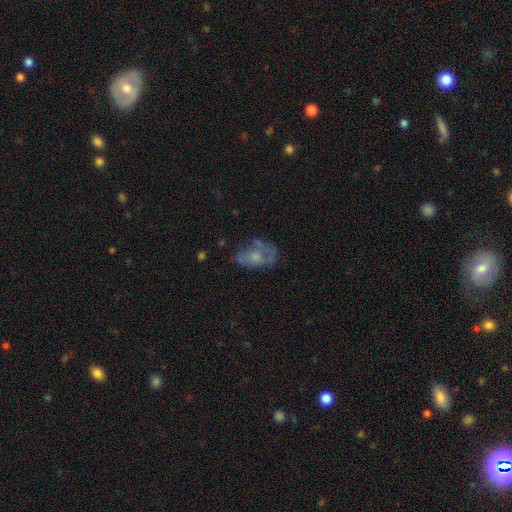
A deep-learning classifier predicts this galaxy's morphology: smooth_or_featured: smooth (p=0.46) [alt: featured or disk p=0.43]
merging: none (p=0.43) [alt: minor disturbance p=0.27]